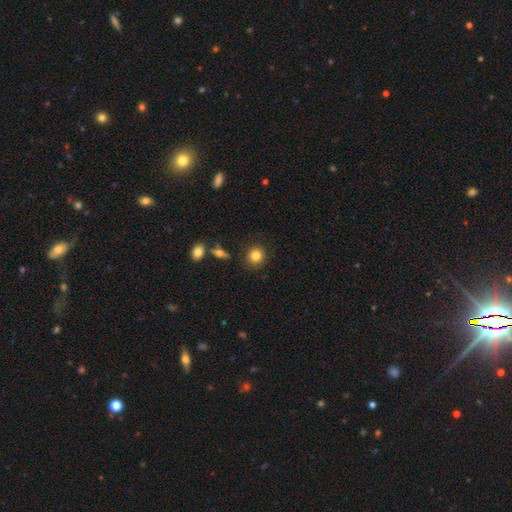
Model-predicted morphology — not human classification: Smooth or featured: smooth — 84% (star or artifact — 9%)
How rounded: round — 86% (in between — 13%)
Merging: none — 86% (minor disturbance — 9%)